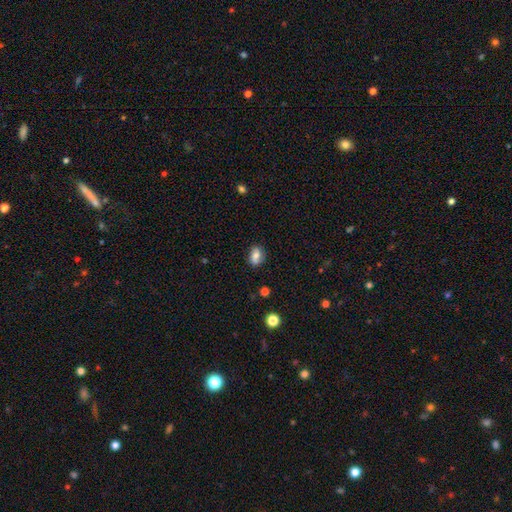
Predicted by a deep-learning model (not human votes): Overall: smooth (65%; featured or disk 26%). How rounded: in between (69%). Merging: none (76%).